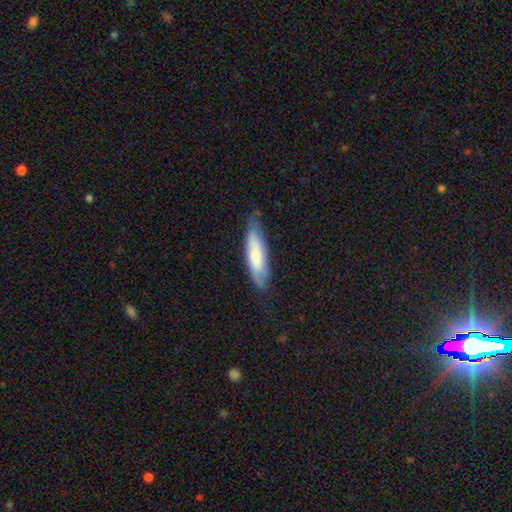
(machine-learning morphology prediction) smooth_or_featured: smooth (p=0.60) [alt: featured or disk p=0.34]
how_rounded: cigar-shaped (p=0.63) [alt: in between p=0.36]
merging: none (p=0.68) [alt: minor disturbance p=0.25]